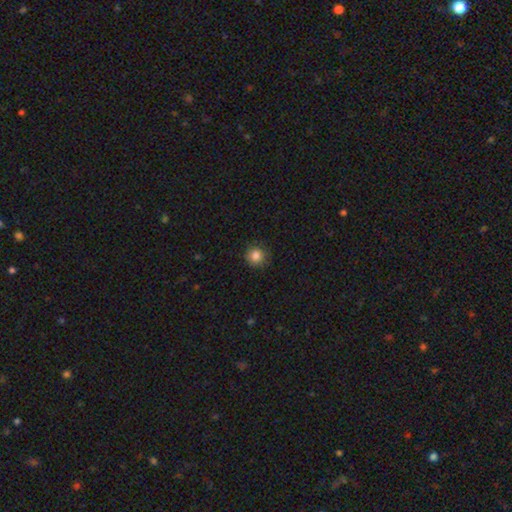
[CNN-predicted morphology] Smooth or featured?
  - smooth: 84% *
  - star or artifact: 11%
  - featured or disk: 5%
How rounded?
  - round: 94% *
  - in between: 5%
  - cigar-shaped: 1%
Merging?
  - none: 88% *
  - minor disturbance: 9%
  - major disturbance: 2%
  - merger: 1%